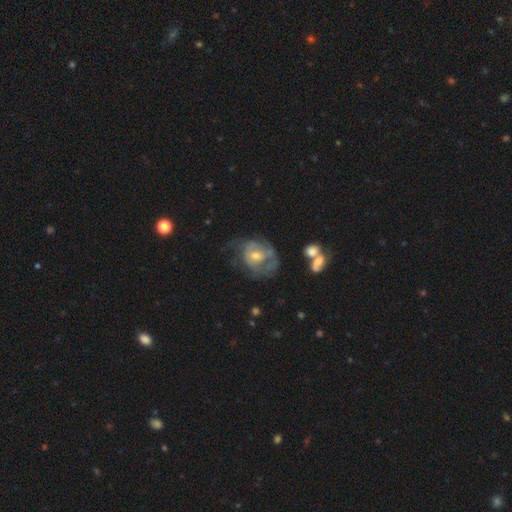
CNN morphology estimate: smooth_or_featured: featured or disk (p=0.66) [alt: smooth p=0.26]
disk_edge_on: no (p=0.97) [alt: yes p=0.03]
bar: no (p=0.66) [alt: weak p=0.29]
has_spiral_arms: yes (p=0.65) [alt: no p=0.35]
bulge_size: moderate (p=0.56) [alt: small p=0.34]
merging: none (p=0.38) [alt: major disturbance p=0.34]